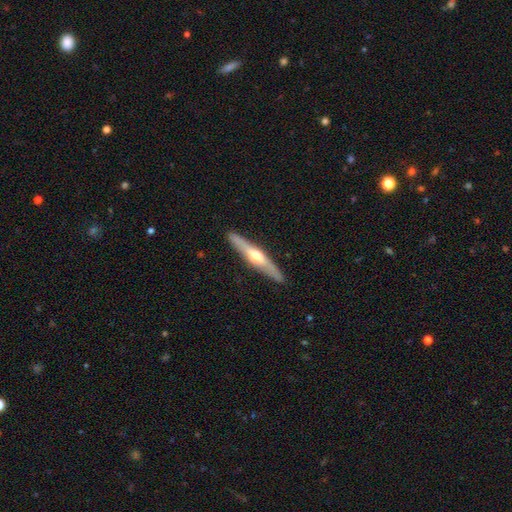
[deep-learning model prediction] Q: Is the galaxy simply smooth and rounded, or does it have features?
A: featured or disk — 67%.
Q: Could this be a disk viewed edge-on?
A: yes — 95%.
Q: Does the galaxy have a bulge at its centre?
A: rounded — 90%.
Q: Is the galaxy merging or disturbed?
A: none — 90%.